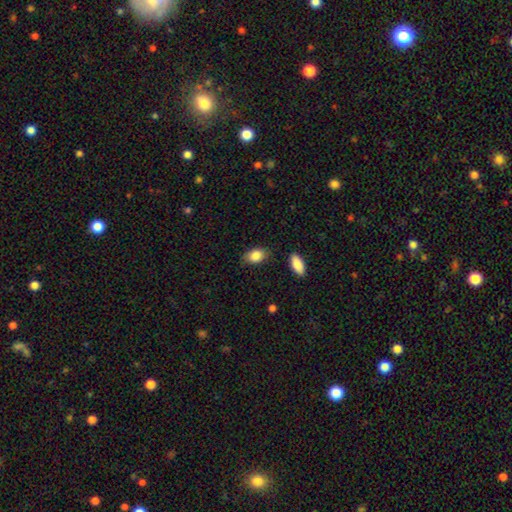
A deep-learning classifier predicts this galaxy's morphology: Smooth or featured?
  - smooth: 87% *
  - star or artifact: 7%
  - featured or disk: 6%
How rounded?
  - in between: 86% *
  - round: 12%
  - cigar-shaped: 2%
Merging?
  - none: 80% *
  - minor disturbance: 15%
  - major disturbance: 3%
  - merger: 2%